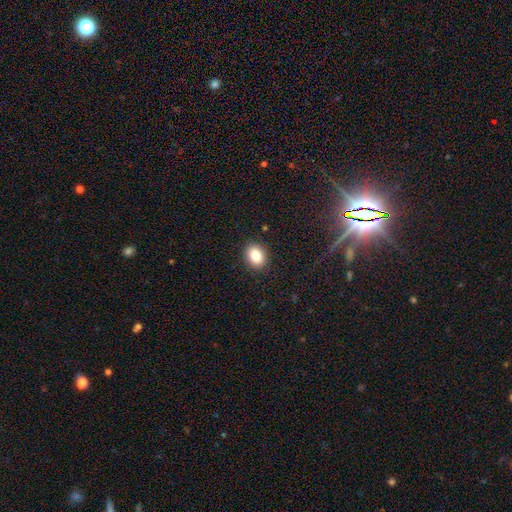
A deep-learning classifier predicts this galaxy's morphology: smooth-or-featured: smooth: 85% | star or artifact: 9% | featured or disk: 6%
  how-rounded: in between: 63% | round: 37% | cigar-shaped: 1%
  merging: none: 89% | minor disturbance: 8% | major disturbance: 2% | merger: 1%